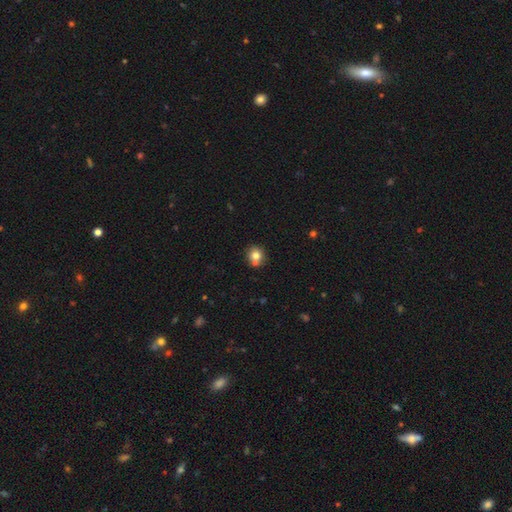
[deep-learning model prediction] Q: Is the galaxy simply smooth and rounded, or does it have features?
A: smooth — 77%.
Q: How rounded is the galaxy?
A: round — 87%.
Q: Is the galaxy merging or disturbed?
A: none — 67%.